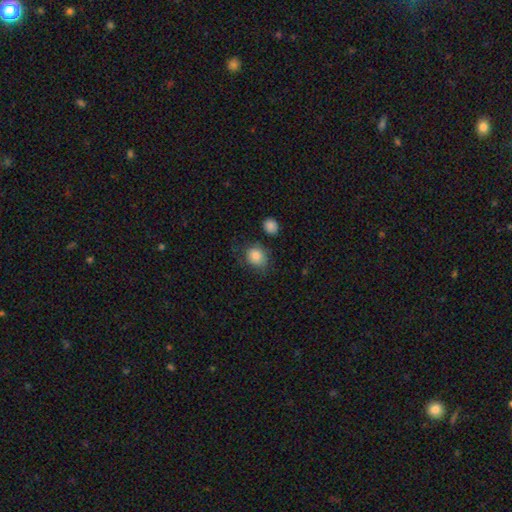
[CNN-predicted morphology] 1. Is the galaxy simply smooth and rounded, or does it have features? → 85% smooth, 9% star or artifact, 7% featured or disk.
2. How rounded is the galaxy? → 67% round, 32% in between, 1% cigar-shaped.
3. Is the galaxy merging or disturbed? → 67% none, 21% minor disturbance, 8% major disturbance, 5% merger.